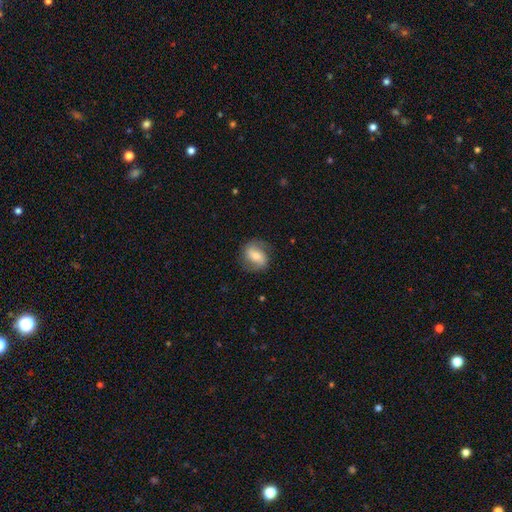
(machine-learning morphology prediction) This appears to be a featured or disk galaxy (55%) with a weak bar (38%), spiral arms (83%) and a moderate central bulge (51%). Merging: none (77%).